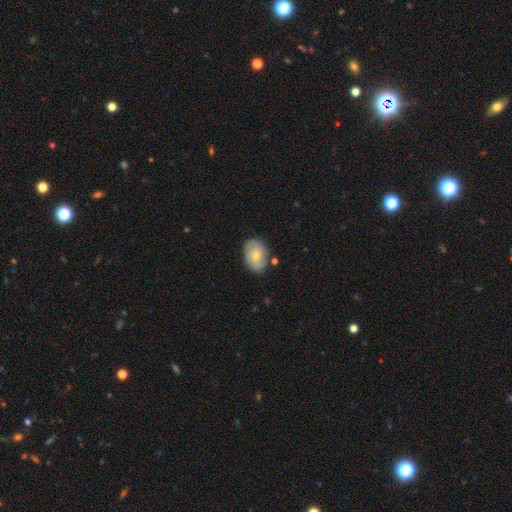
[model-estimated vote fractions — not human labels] Smooth or featured?
  - smooth: 48% *
  - featured or disk: 46%
  - star or artifact: 7%
Merging?
  - none: 76% *
  - minor disturbance: 17%
  - major disturbance: 4%
  - merger: 3%